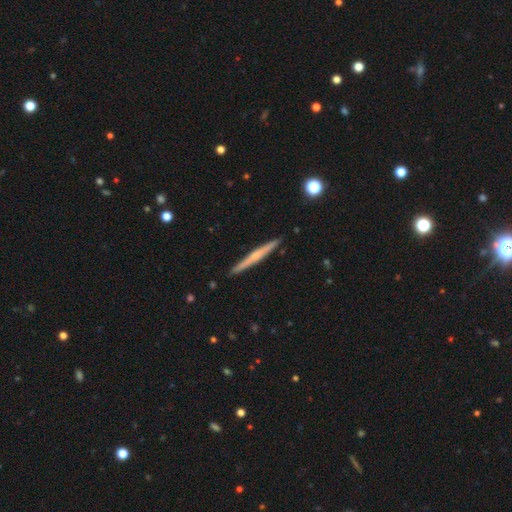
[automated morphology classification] Smooth or featured? featured or disk (60%)
Edge-on disk? yes (98%)
Edge-on bulge? rounded (56%)
Merging? none (92%)